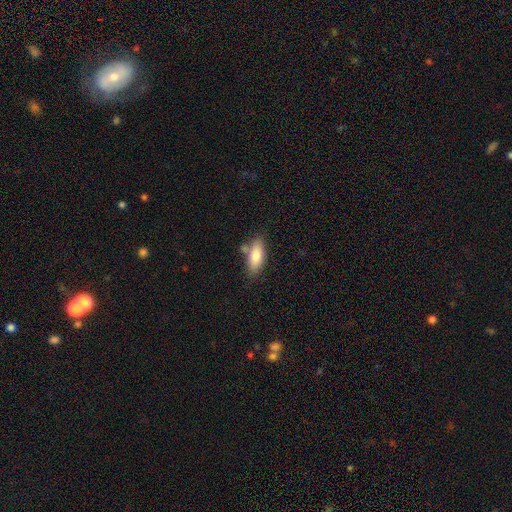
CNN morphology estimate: Q: Smooth or featured?
A: smooth (78%); runner-up: featured or disk (15%)
Q: How rounded?
A: in between (79%); runner-up: cigar-shaped (18%)
Q: Merging?
A: none (70%); runner-up: minor disturbance (17%)